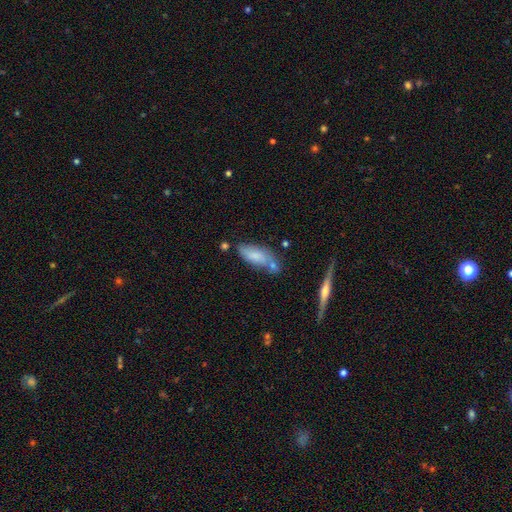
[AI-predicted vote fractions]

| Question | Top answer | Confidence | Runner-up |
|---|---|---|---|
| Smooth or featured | smooth | 74% | featured or disk (19%) |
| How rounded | in between | 72% | cigar-shaped (26%) |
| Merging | none | 54% | minor disturbance (23%) |